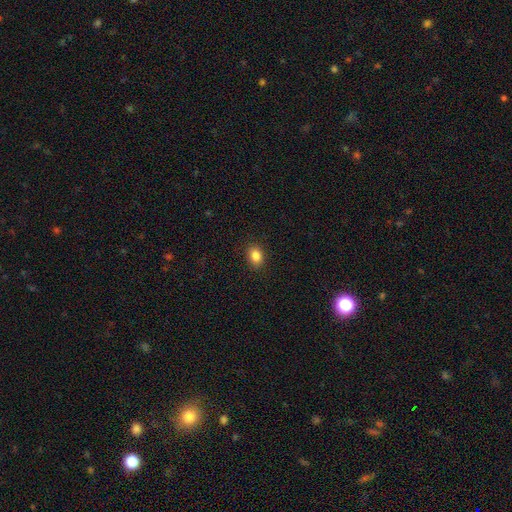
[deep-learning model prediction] Smooth or featured? Predicted: smooth (p=0.85). How rounded? Predicted: in between (p=0.61). Merging? Predicted: none (p=0.90).